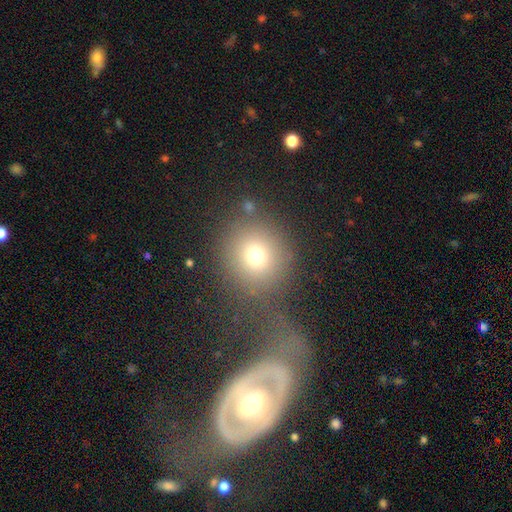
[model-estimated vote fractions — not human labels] Smooth or featured? Predicted: smooth (p=0.72). How rounded? Predicted: round (p=0.88). Merging? Predicted: none (p=0.61).